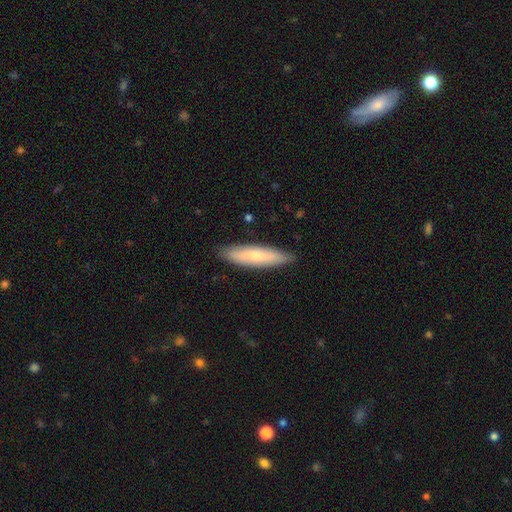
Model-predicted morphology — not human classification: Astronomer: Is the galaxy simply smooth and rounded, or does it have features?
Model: smooth — 66%.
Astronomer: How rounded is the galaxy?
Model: cigar-shaped — 77%.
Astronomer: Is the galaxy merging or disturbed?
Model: none — 87%.